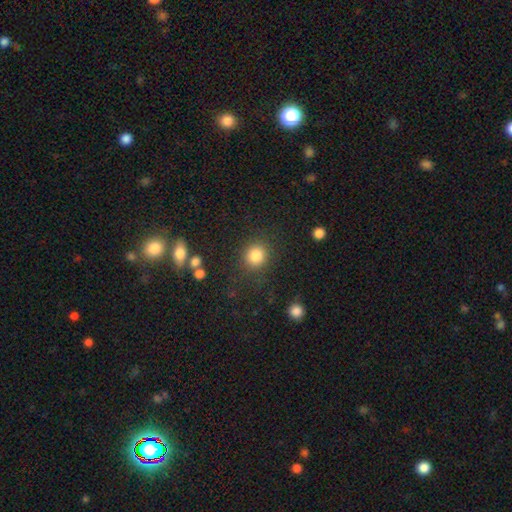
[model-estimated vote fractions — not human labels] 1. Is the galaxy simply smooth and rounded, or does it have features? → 84% smooth, 10% star or artifact, 5% featured or disk.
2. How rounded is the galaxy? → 84% round, 15% in between, 1% cigar-shaped.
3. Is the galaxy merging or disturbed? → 82% none, 9% minor disturbance, 5% major disturbance, 3% merger.